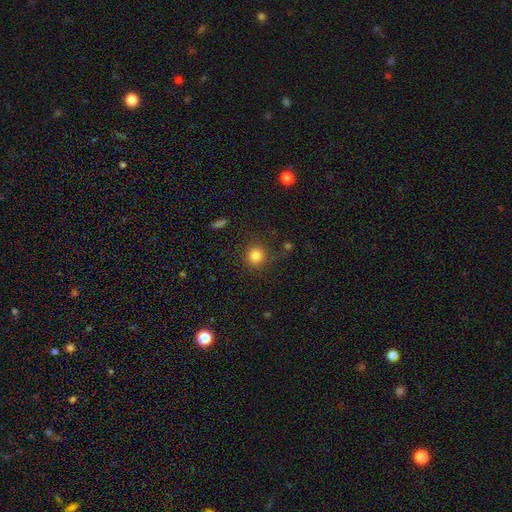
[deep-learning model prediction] Smooth or featured: smooth — 83% (star or artifact — 12%)
How rounded: round — 92% (in between — 7%)
Merging: none — 84% (minor disturbance — 9%)